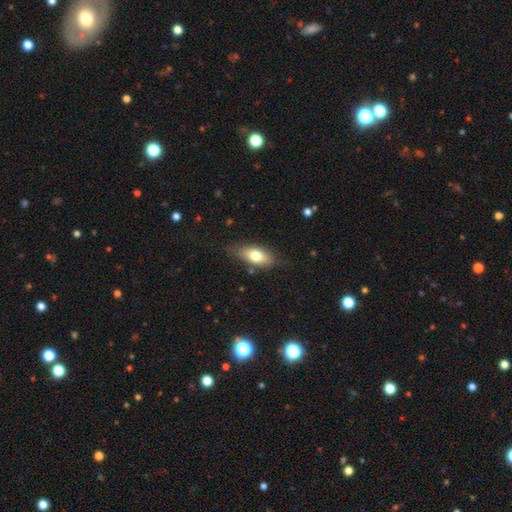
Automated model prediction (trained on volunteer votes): A smooth galaxy with no disk features (72%) that is in between round and cigar-shaped (83%).

Vote fractions:
- Smooth or featured? smooth: 72% / featured or disk: 21% / star or artifact: 7%
- How rounded? in between: 83% / cigar-shaped: 12% / round: 5%
- Merging? none: 78% / minor disturbance: 16% / major disturbance: 4% / merger: 2%